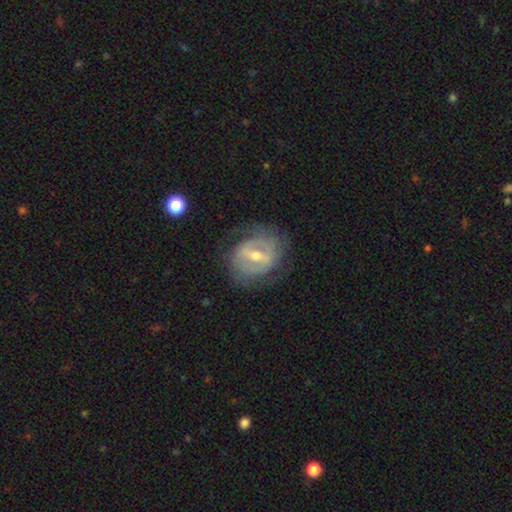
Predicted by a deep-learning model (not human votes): The model was most divided on "spiral arms": no: 52%, yes: 48%. More confident: edge-on disk — no (93%); smooth or featured — featured or disk (74%); merging — none (70%); bulge size — moderate (64%); bar — strong (53%).